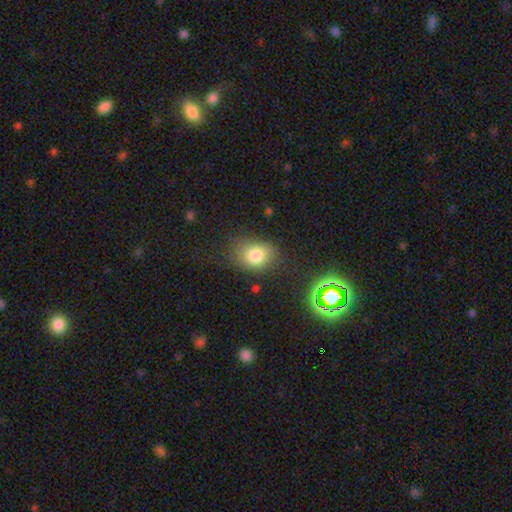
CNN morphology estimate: type=smooth (79%); roundness=in between (62%); merging=none (69%).